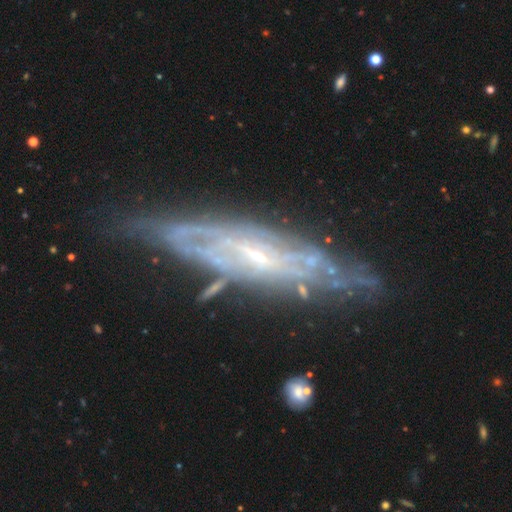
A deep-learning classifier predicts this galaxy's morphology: This appears to be a featured or disk galaxy (84%) with no bar (48%), spiral arms (83%) and a small central bulge (74%). Merging: none (70%).